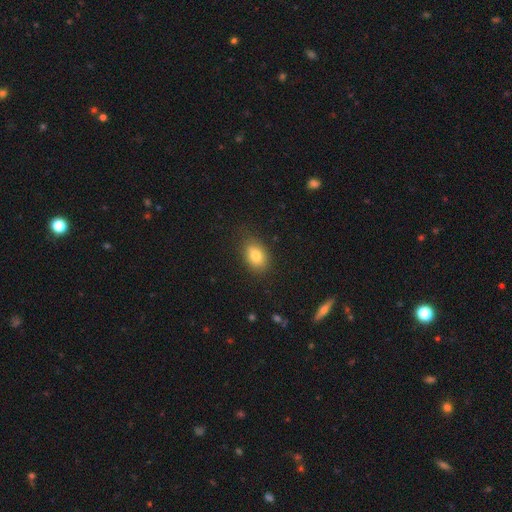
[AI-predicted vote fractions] smooth-or-featured: smooth: 80% | featured or disk: 11% | star or artifact: 10%
  how-rounded: in between: 74% | round: 25% | cigar-shaped: 1%
  merging: none: 79% | minor disturbance: 16% | major disturbance: 4% | merger: 1%